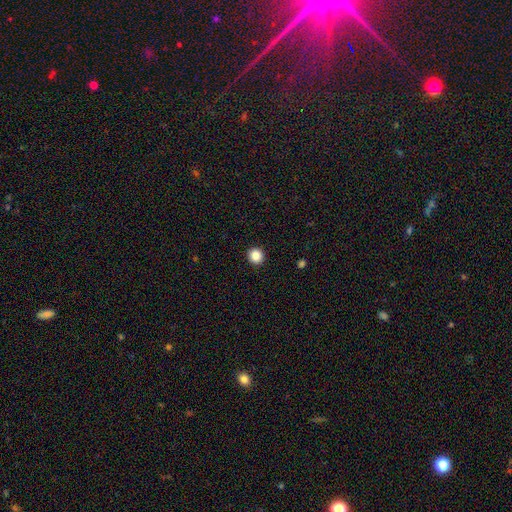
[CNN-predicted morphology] The model was most divided on "smooth or featured": smooth: 87%, star or artifact: 10%, featured or disk: 3%. More confident: merging — none (93%); how rounded — round (92%).